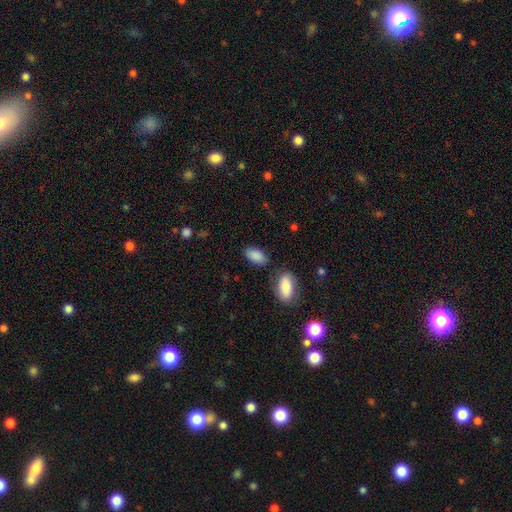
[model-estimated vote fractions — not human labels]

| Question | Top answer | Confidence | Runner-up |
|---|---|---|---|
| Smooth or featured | smooth | 88% | star or artifact (7%) |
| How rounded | in between | 93% | cigar-shaped (4%) |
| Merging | none | 78% | minor disturbance (13%) |